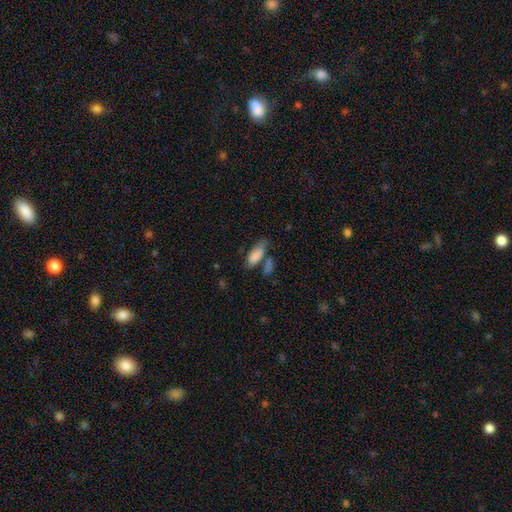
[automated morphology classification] This is clearly a smooth galaxy (81%). How rounded: likely in between (79%). Merging: marginally none (42%).